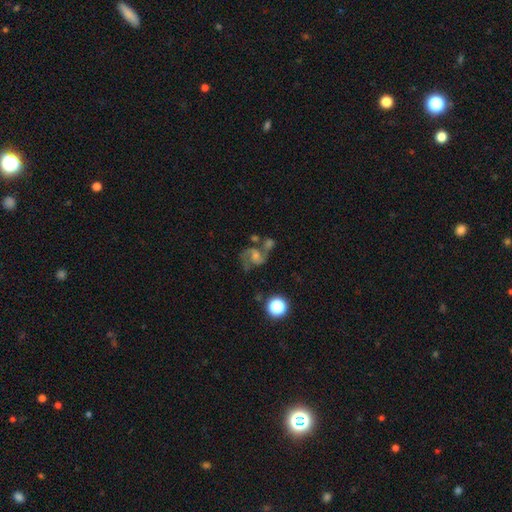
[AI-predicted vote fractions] Q: Smooth or featured?
A: featured or disk (77%); runner-up: star or artifact (12%)
Q: Edge-on disk?
A: no (98%); runner-up: yes (2%)
Q: Bar?
A: no (45%); runner-up: weak (42%)
Q: Spiral arms?
A: yes (94%); runner-up: no (6%)
Q: Spiral winding?
A: medium (53%); runner-up: loose (33%)
Q: Spiral arm count?
A: 2 (89%); runner-up: can't tell (4%)
Q: Bulge size?
A: moderate (45%); runner-up: small (38%)
Q: Merging?
A: none (45%); runner-up: merger (27%)